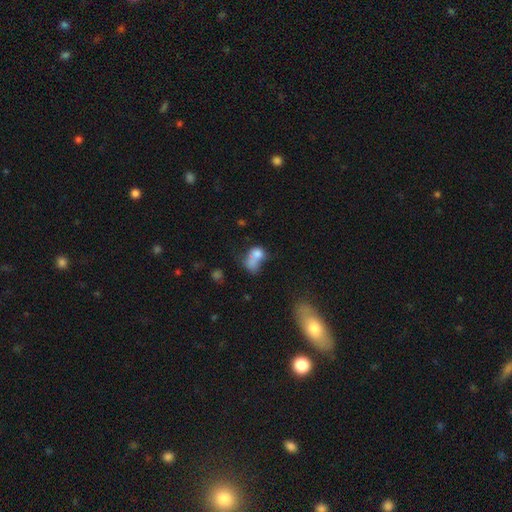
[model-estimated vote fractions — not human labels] This appears to be a smooth galaxy with no disk features (71%) that is in between round and cigar-shaped (61%). Merging: merger (52%).